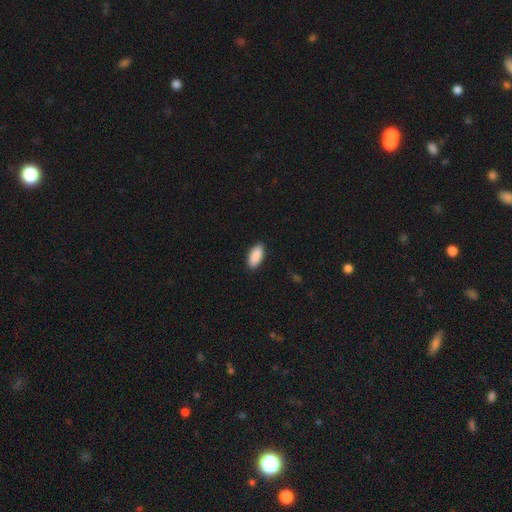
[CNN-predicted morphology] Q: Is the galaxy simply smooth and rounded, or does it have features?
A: smooth — 91%.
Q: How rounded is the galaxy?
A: in between — 92%.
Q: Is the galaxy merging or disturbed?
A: none — 90%.